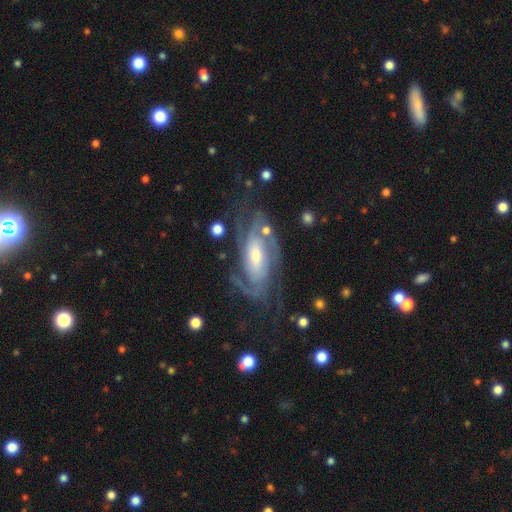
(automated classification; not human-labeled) smooth-or-featured: featured or disk: 90% | smooth: 6% | star or artifact: 5%
  disk-edge-on: no: 95% | yes: 5%
    bar: no: 45% | weak: 37% | strong: 18%
    has-spiral-arms: yes: 97% | no: 3%
      spiral-winding: tight: 54% | medium: 37% | loose: 9%
      spiral-arm-count: 2: 32% | 3: 25% | can't tell: 21% | 4: 12% | more than 4: 6% | 1: 6%
    bulge-size: moderate: 50% | small: 36% | large: 10% | none: 2% | dominant: 1%
  merging: none: 67% | minor disturbance: 17% | major disturbance: 13% | merger: 3%